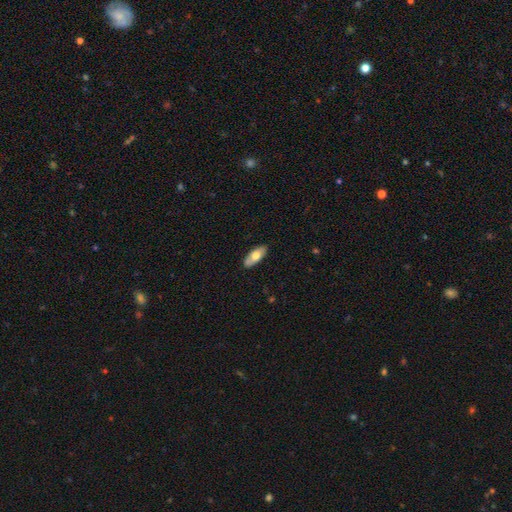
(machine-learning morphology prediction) smooth-or-featured: smooth: 65% | featured or disk: 30% | star or artifact: 6%
  how-rounded: in between: 84% | cigar-shaped: 13% | round: 2%
  merging: none: 85% | minor disturbance: 12% | major disturbance: 2% | merger: 1%